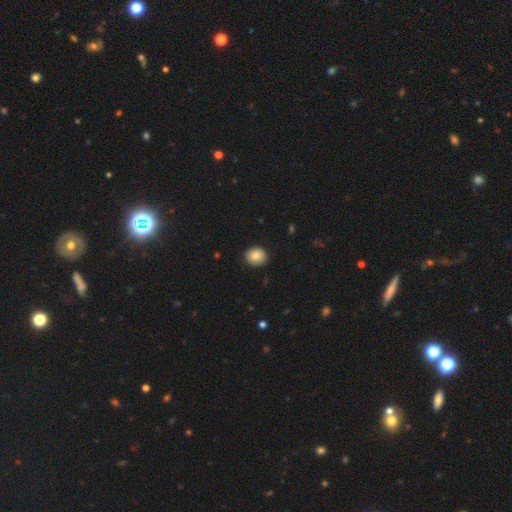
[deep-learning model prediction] smooth_or_featured: smooth (p=0.84) [alt: star or artifact p=0.09]
how_rounded: round (p=0.79) [alt: in between p=0.20]
merging: none (p=0.91) [alt: minor disturbance p=0.07]